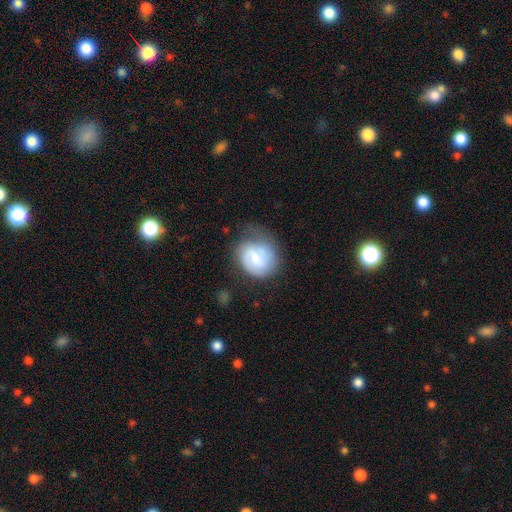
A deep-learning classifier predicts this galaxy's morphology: A featured or disk galaxy (57%) with a weak bar (54%), spiral arms (86%) and a small central bulge (52%).

Vote fractions:
- Smooth or featured? featured or disk: 57% / smooth: 36% / star or artifact: 7%
- Edge-on disk? no: 98% / yes: 2%
- Bar? weak: 54% / no: 34% / strong: 12%
- Spiral arms? yes: 86% / no: 14%
- Bulge size? small: 52% / moderate: 32% / none: 11% / large: 4% / dominant: 1%
- Merging? none: 49% / minor disturbance: 30% / major disturbance: 18% / merger: 3%